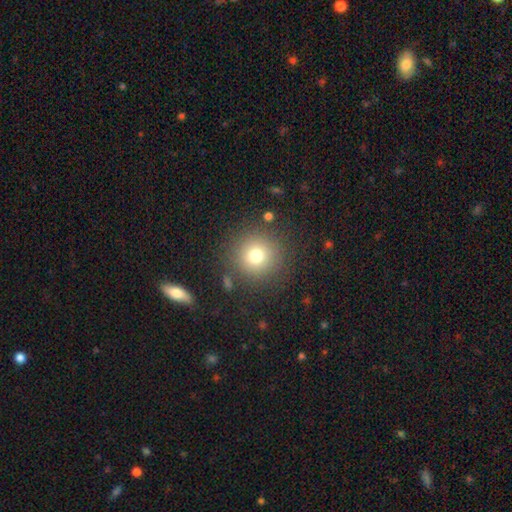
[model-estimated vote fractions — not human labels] Smooth or featured? smooth (75%)
How rounded? round (95%)
Merging? none (86%)